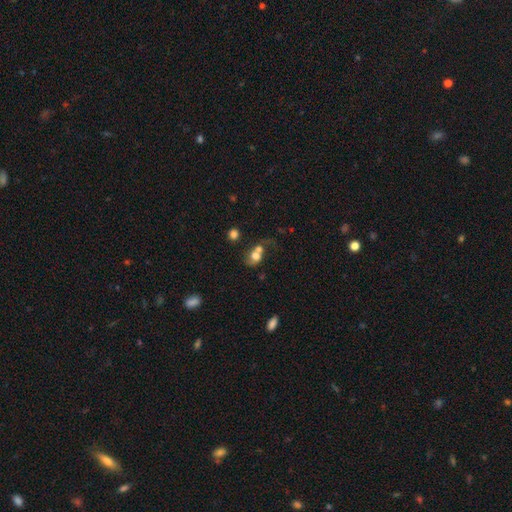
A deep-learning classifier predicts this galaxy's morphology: Q: Smooth or featured?
A: smooth (59%); runner-up: featured or disk (29%)
Q: How rounded?
A: round (58%); runner-up: in between (40%)
Q: Merging?
A: merger (60%); runner-up: none (19%)